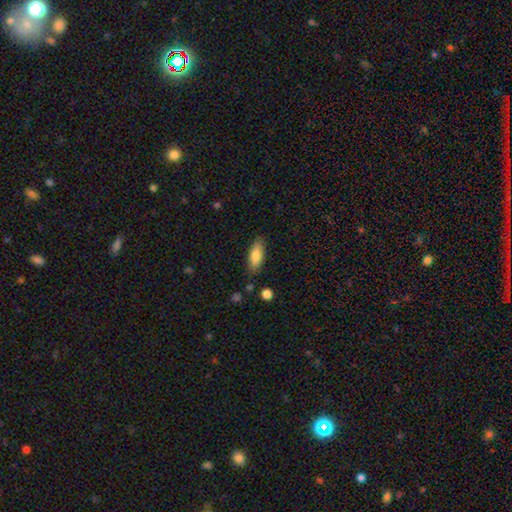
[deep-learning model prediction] Morphology: type=smooth (82%); roundness=in between (74%); merging=none (81%).